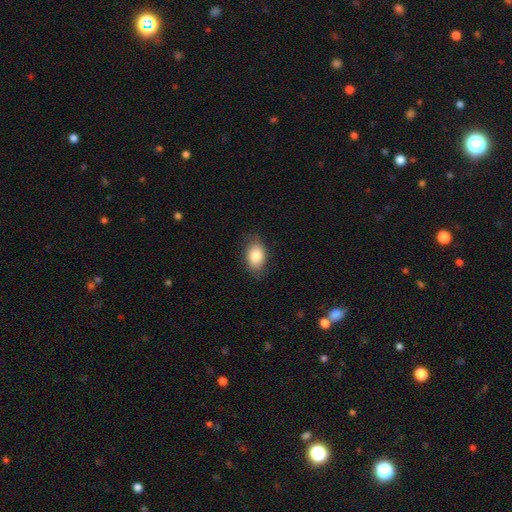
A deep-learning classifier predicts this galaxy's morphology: This appears to be a smooth galaxy with no disk features (83%) that is in between round and cigar-shaped (84%). Merging: none (77%).